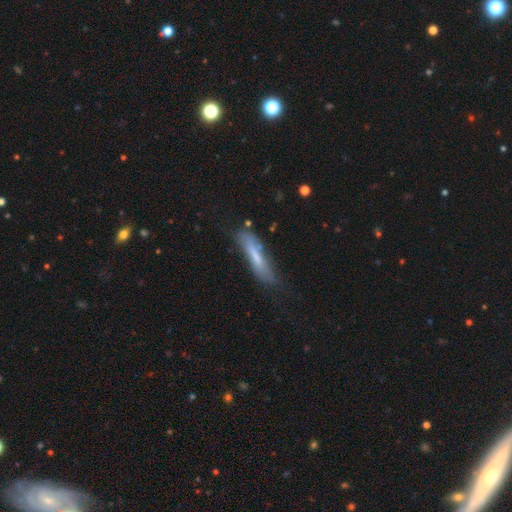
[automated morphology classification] Smooth or featured? smooth (57%)
How rounded? cigar-shaped (82%)
Merging? none (61%)